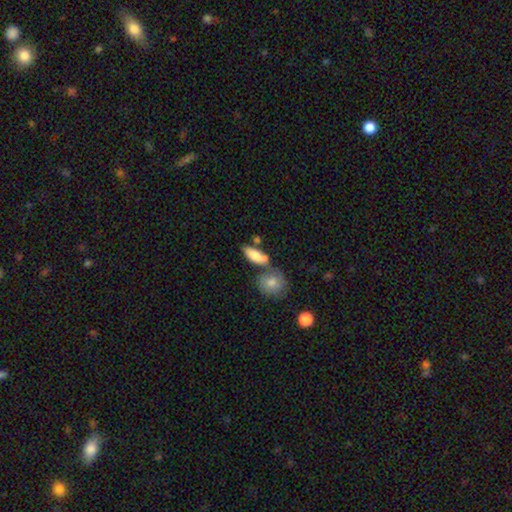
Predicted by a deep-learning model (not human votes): This is clearly a smooth galaxy (81%). How rounded: likely in between (77%). Merging: possibly none (52%).